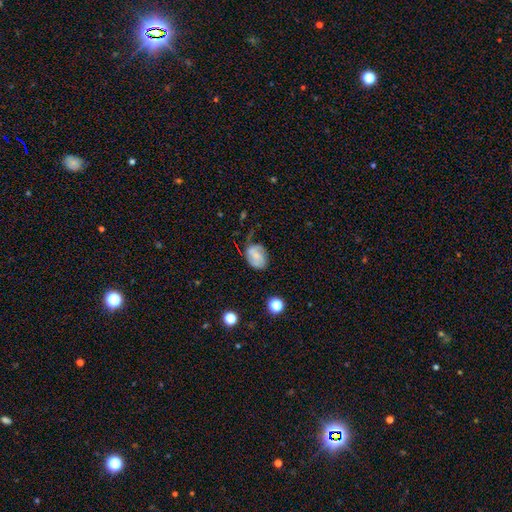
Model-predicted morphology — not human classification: The model was most divided on "smooth or featured": smooth: 52%, featured or disk: 38%, star or artifact: 9%. More confident: how rounded — in between (71%); merging — none (51%).